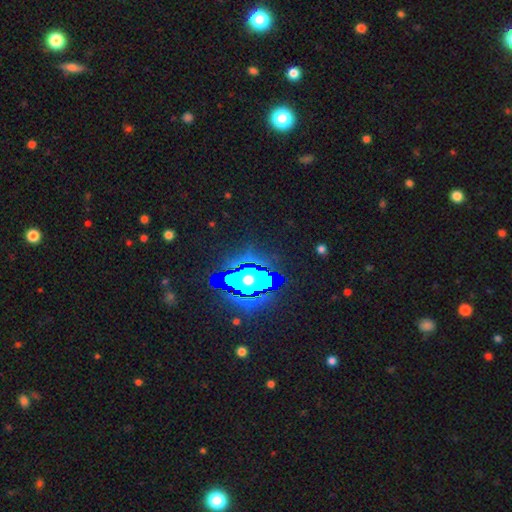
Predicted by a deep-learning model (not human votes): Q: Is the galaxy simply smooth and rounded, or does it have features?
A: star or artifact — 71%.